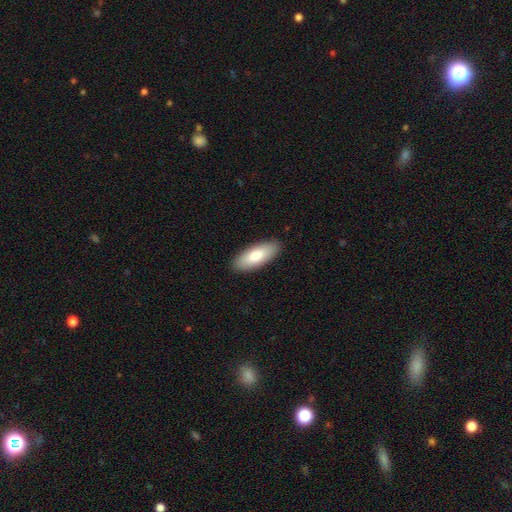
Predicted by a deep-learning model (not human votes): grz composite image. It shows a smooth galaxy with no disk features (79%) that is in between round and cigar-shaped (78%). Merging: none (90%).